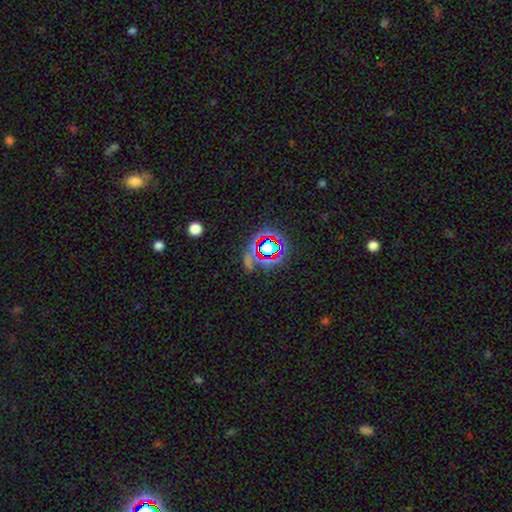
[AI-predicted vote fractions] This is likely a star or artifact rather than a galaxy (67%).